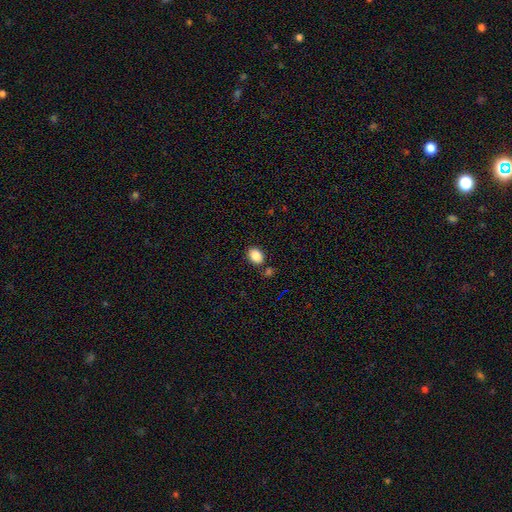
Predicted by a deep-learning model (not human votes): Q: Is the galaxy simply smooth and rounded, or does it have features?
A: smooth — 87%.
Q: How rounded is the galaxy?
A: in between — 68%.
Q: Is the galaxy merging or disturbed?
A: none — 76%.